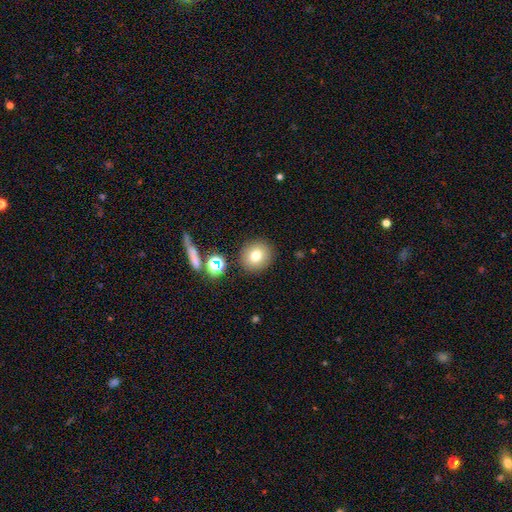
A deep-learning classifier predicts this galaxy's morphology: This appears to be a smooth galaxy with no disk features (77%) that is round (86%). Merging: none (87%).